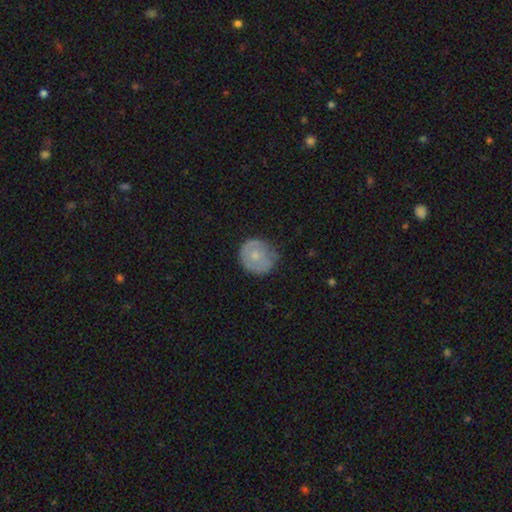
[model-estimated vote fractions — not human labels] This is possibly a smooth galaxy (60%). How rounded: clearly round (83%). Merging: likely none (66%).